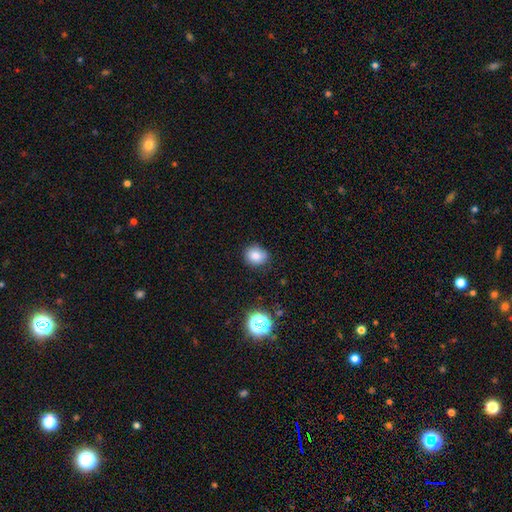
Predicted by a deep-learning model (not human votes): This is clearly a smooth galaxy (82%). How rounded: likely round (69%). Merging: clearly none (80%).